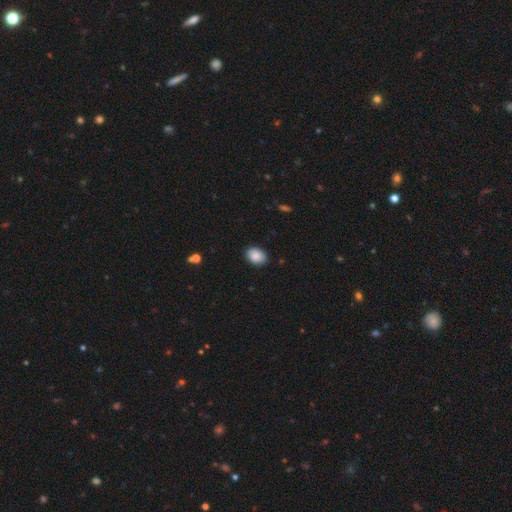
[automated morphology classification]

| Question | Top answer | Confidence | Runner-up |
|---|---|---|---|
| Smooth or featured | smooth | 89% | star or artifact (7%) |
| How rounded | in between | 77% | round (22%) |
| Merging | none | 88% | minor disturbance (9%) |